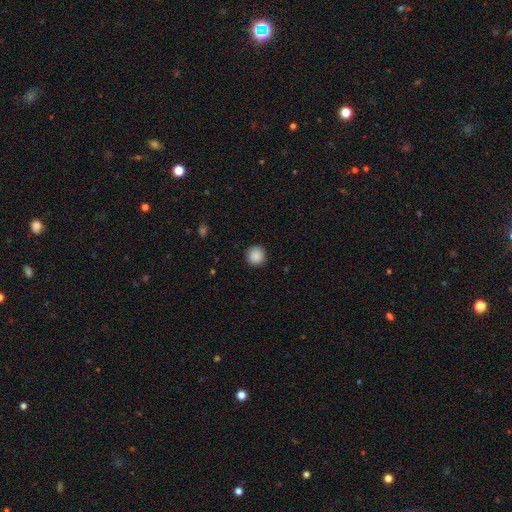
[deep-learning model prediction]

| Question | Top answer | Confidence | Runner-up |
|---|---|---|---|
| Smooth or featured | smooth | 89% | star or artifact (8%) |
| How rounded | round | 95% | in between (4%) |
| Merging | none | 92% | minor disturbance (5%) |